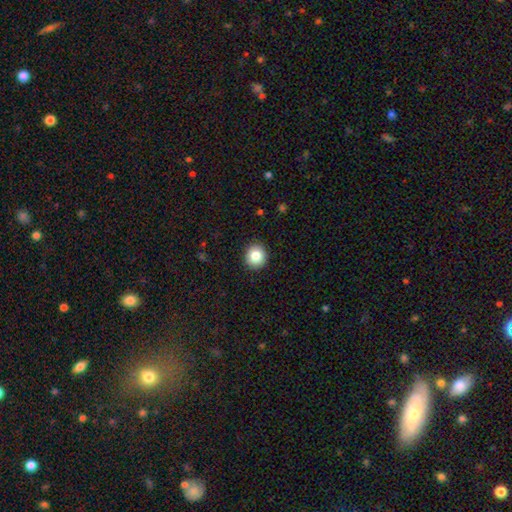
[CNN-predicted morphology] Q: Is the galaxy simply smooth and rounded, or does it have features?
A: smooth — 82%.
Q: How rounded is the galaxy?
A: round — 87%.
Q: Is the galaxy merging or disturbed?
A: none — 92%.